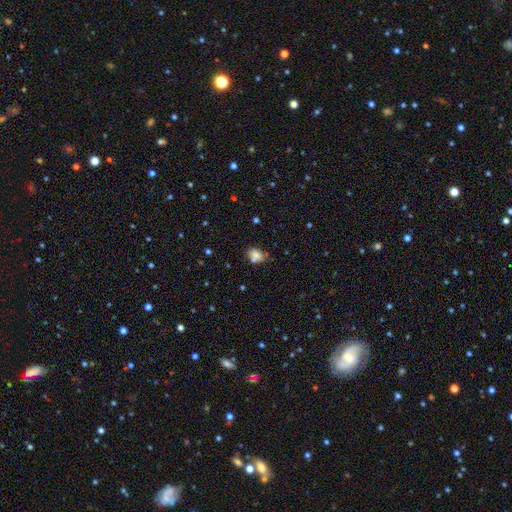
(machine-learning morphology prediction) Smooth or featured: smooth — 72% (featured or disk — 15%)
How rounded: in between — 65% (round — 34%)
Merging: none — 55% (merger — 20%)